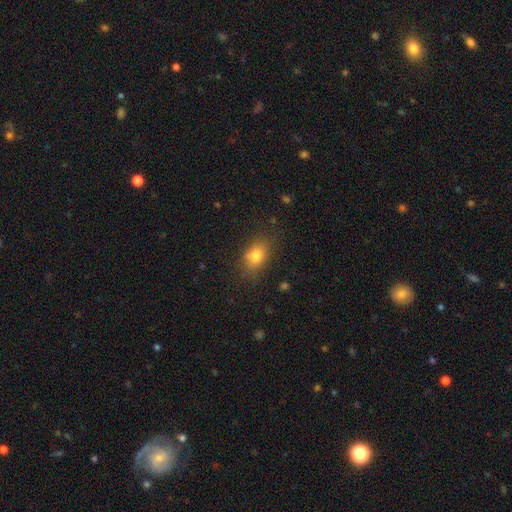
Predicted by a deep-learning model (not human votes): A smooth galaxy with no disk features (78%) that is in between round and cigar-shaped (76%). Merging: none (77%).